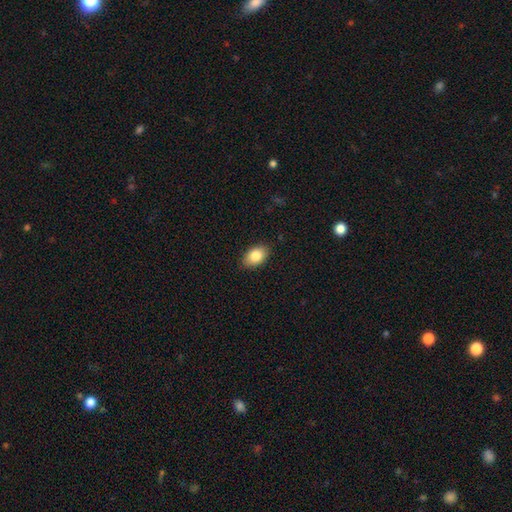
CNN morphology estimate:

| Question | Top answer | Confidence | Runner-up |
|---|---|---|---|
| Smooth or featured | smooth | 84% | featured or disk (9%) |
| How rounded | in between | 89% | round (9%) |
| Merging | none | 87% | minor disturbance (10%) |